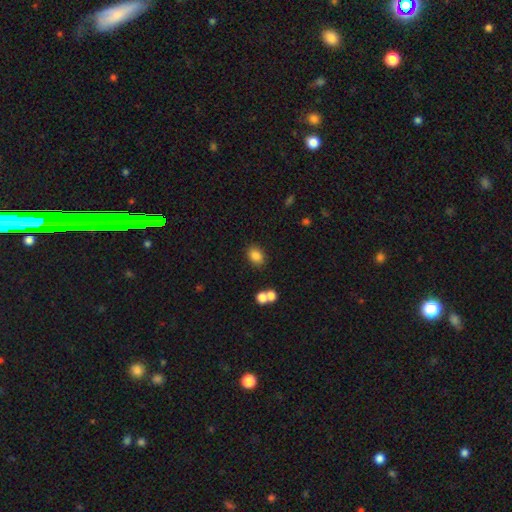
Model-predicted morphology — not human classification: Smooth or featured? Predicted: smooth (p=0.84). How rounded? Predicted: in between (p=0.64). Merging? Predicted: none (p=0.83).